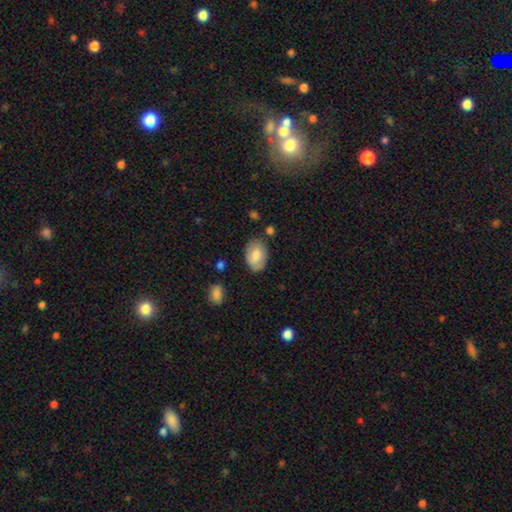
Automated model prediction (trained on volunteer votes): A smooth galaxy with no disk features (73%) that is in between round and cigar-shaped (88%).

Vote fractions:
- Smooth or featured? smooth: 73% / featured or disk: 20% / star or artifact: 7%
- How rounded? in between: 88% / round: 11% / cigar-shaped: 1%
- Merging? none: 75% / minor disturbance: 18% / major disturbance: 4% / merger: 3%